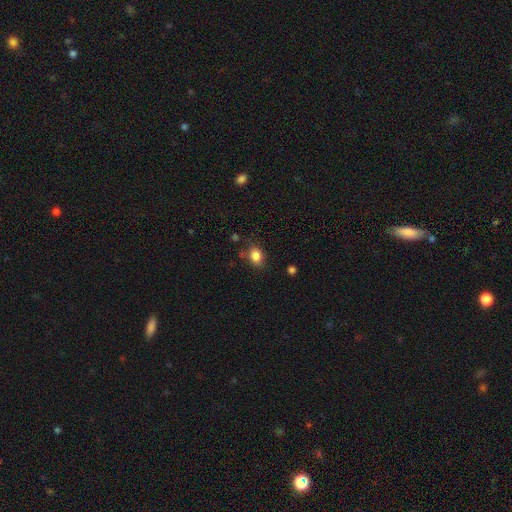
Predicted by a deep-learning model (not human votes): This is clearly a smooth galaxy (84%). How rounded: likely in between (61%). Merging: likely none (77%).